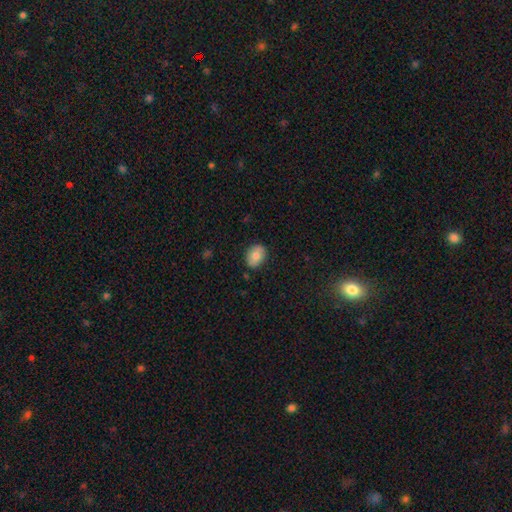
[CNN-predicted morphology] Smooth or featured? Predicted: smooth (p=0.80). How rounded? Predicted: in between (p=0.66). Merging? Predicted: none (p=0.84).